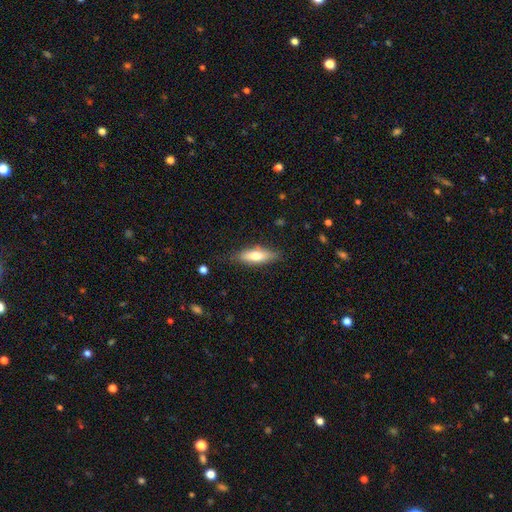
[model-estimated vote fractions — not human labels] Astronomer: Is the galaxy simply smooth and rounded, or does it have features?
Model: smooth — 65%.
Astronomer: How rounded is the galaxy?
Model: in between — 56% (runner-up: cigar-shaped, 42%).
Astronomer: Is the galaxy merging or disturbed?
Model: none — 78%.